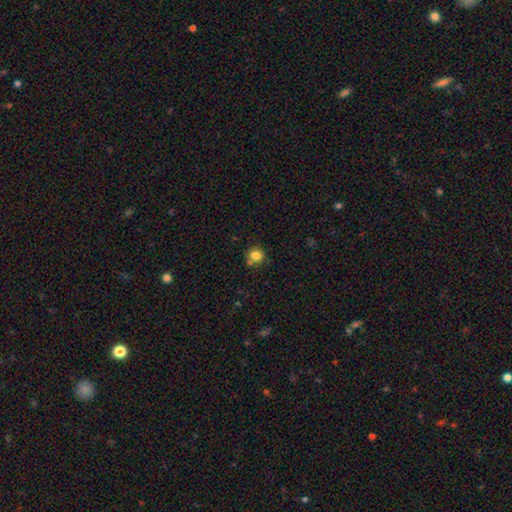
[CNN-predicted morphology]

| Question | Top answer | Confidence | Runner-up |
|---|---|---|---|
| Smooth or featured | smooth | 81% | star or artifact (12%) |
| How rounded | round | 88% | in between (11%) |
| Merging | none | 71% | minor disturbance (13%) |